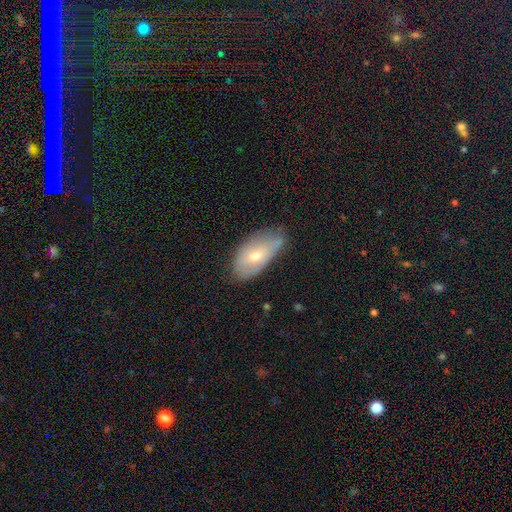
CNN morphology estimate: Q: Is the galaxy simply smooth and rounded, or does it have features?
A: smooth — 59%.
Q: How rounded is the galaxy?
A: in between — 92%.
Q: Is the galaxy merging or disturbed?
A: none — 55%.